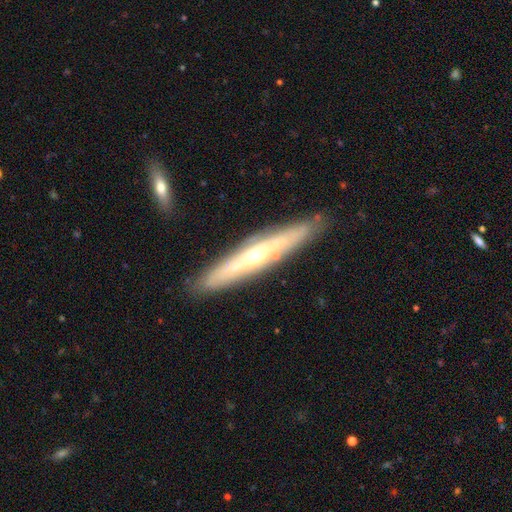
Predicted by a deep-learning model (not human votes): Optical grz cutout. It shows a featured or disk galaxy (71%) viewed edge-on (82%) with a rounded central bulge (78%). Merging: none (86%).